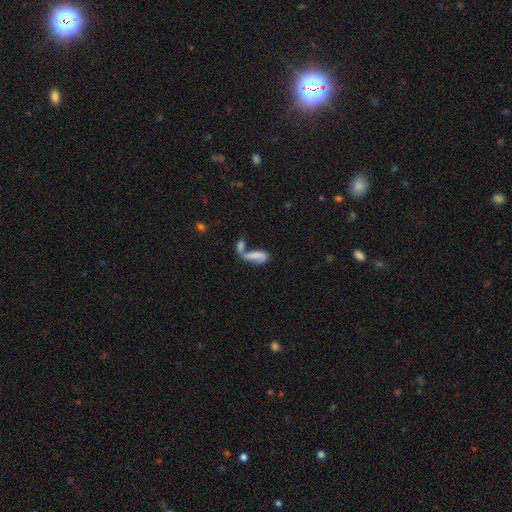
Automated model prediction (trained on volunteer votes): Smooth or featured?
  - smooth: 62% *
  - featured or disk: 28%
  - star or artifact: 10%
How rounded?
  - in between: 69% *
  - cigar-shaped: 28%
  - round: 3%
Merging?
  - merger: 60% *
  - none: 19%
  - major disturbance: 12%
  - minor disturbance: 9%